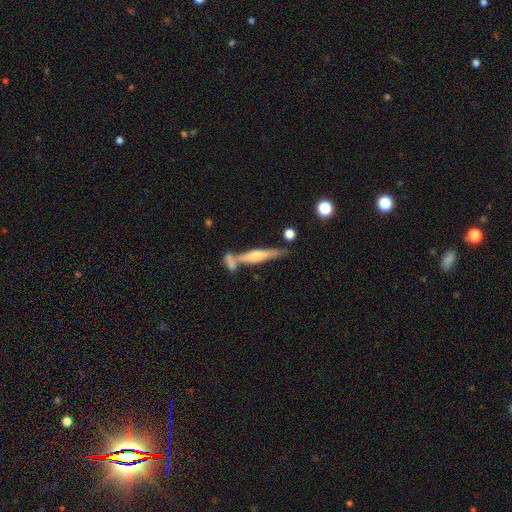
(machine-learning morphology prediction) This appears to be a featured or disk galaxy (61%) viewed edge-on (95%) with a rounded central bulge (77%). Merging: none (62%).